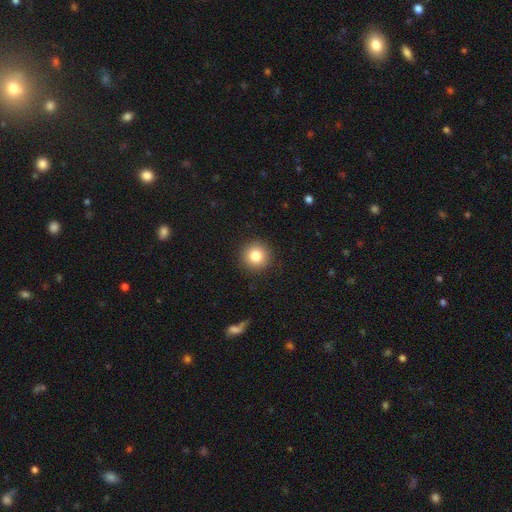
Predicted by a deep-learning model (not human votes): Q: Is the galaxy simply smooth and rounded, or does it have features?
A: smooth — 82%.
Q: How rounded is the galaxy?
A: round — 95%.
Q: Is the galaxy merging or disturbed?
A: none — 92%.